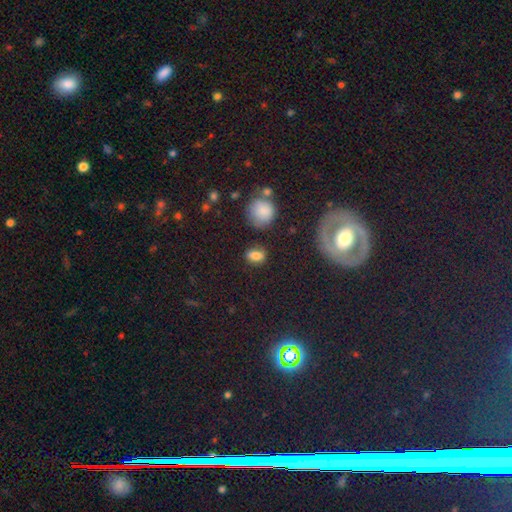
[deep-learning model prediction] Q: Smooth or featured?
A: smooth (80%); runner-up: star or artifact (12%)
Q: How rounded?
A: in between (71%); runner-up: round (25%)
Q: Merging?
A: none (78%); runner-up: minor disturbance (14%)